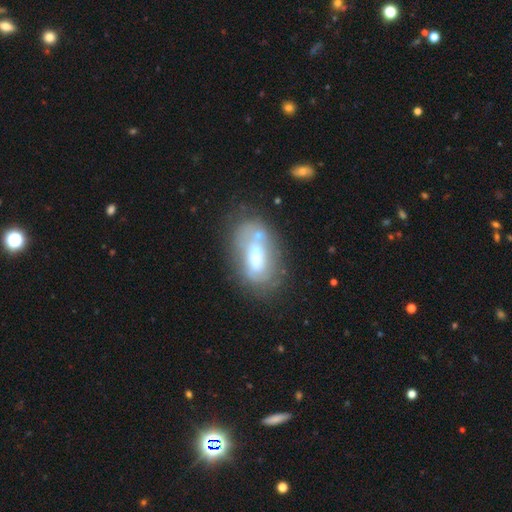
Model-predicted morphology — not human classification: featured or disk 48%, smooth 42%, star or artifact 10%. Down the decision tree: merging — none (43%).